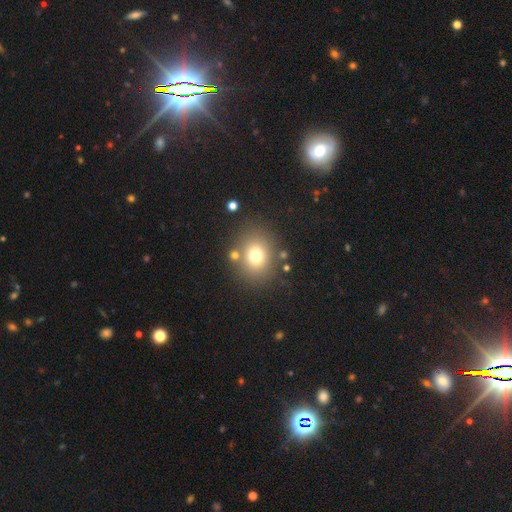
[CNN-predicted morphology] The model was most divided on "how rounded": round: 67%, in between: 32%, cigar-shaped: 1%. More confident: merging — none (78%); smooth or featured — smooth (73%).